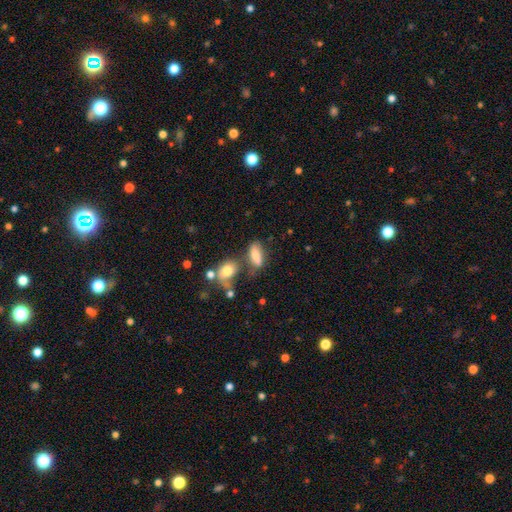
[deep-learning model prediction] smooth 74%, featured or disk 16%, star or artifact 10%. Down the decision tree: how rounded — in between (74%); merging — none (45%).